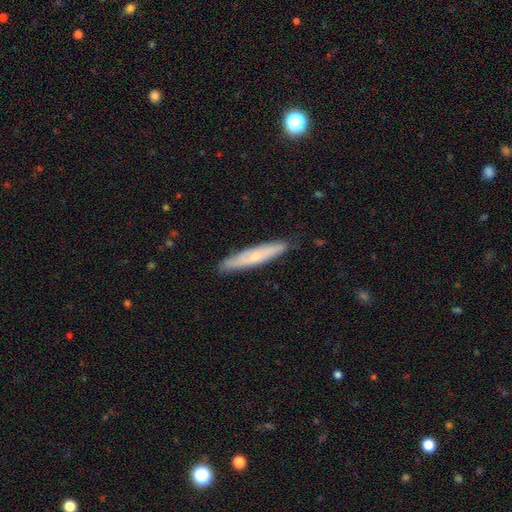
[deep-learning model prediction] This appears to be a smooth galaxy with no disk features (54%) that is cigar-shaped (90%). Merging: none (86%).